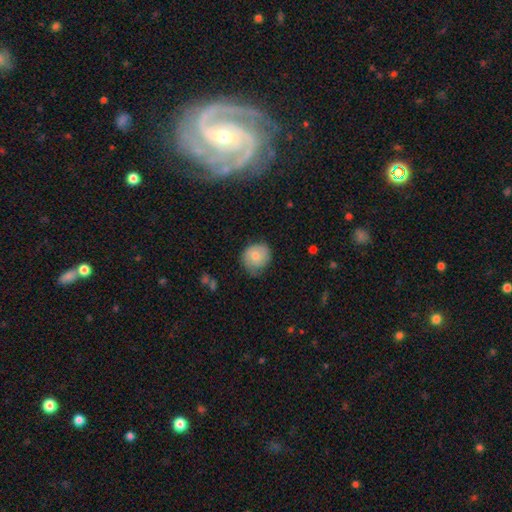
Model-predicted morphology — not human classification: This appears to be a smooth galaxy with no disk features (70%) that is round (79%). Merging: none (58%).